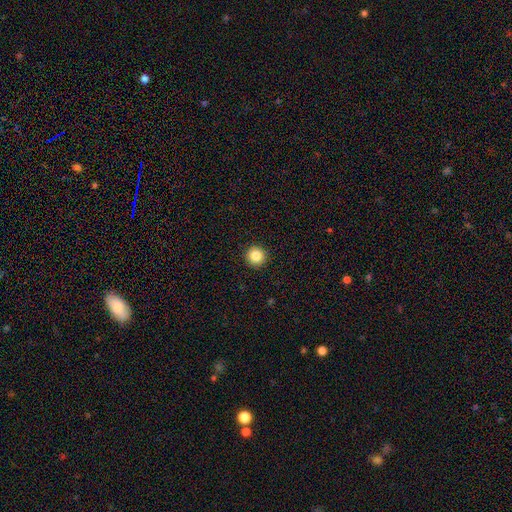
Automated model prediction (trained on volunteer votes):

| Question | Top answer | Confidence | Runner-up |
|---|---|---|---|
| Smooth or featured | smooth | 85% | star or artifact (10%) |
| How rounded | round | 95% | in between (4%) |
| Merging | none | 93% | minor disturbance (4%) |